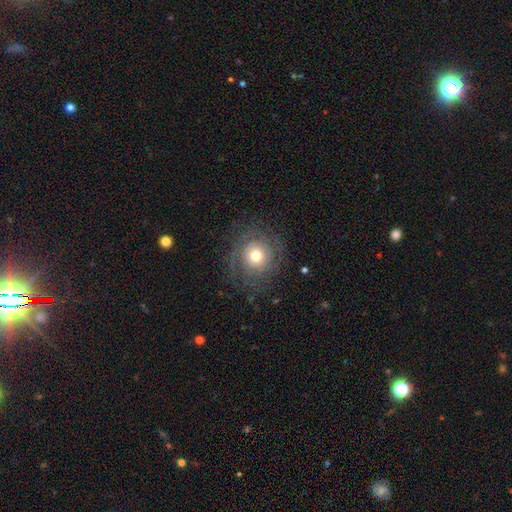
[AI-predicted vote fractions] Smooth or featured?
  - featured or disk: 49% *
  - smooth: 40%
  - star or artifact: 11%
Merging?
  - none: 75% *
  - minor disturbance: 14%
  - major disturbance: 10%
  - merger: 1%